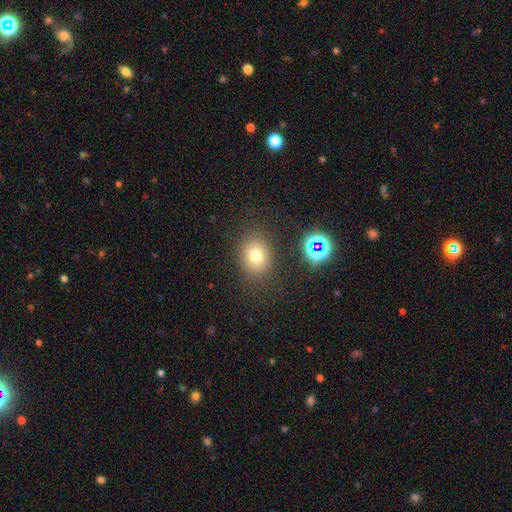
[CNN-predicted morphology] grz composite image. It shows a smooth galaxy with no disk features (74%) that is round (54%). Merging: none (82%).